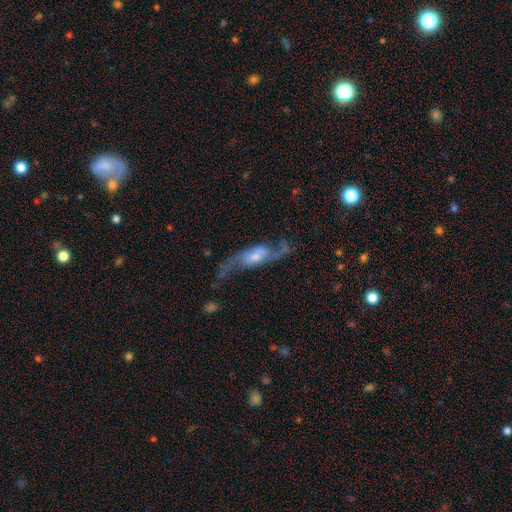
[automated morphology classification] Q: Smooth or featured?
A: featured or disk (83%); runner-up: smooth (11%)
Q: Edge-on disk?
A: no (90%); runner-up: yes (10%)
Q: Bar?
A: weak (41%); runner-up: no (40%)
Q: Spiral arms?
A: yes (94%); runner-up: no (6%)
Q: Spiral winding?
A: loose (77%); runner-up: medium (18%)
Q: Spiral arm count?
A: 2 (92%); runner-up: 1 (3%)
Q: Bulge size?
A: moderate (43%); runner-up: small (39%)
Q: Merging?
A: none (60%); runner-up: major disturbance (18%)